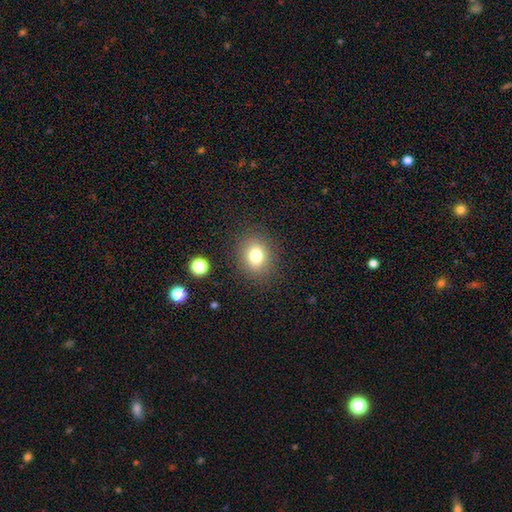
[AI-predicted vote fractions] Q: Smooth or featured?
A: smooth (77%); runner-up: star or artifact (13%)
Q: How rounded?
A: round (62%); runner-up: in between (37%)
Q: Merging?
A: none (86%); runner-up: minor disturbance (9%)